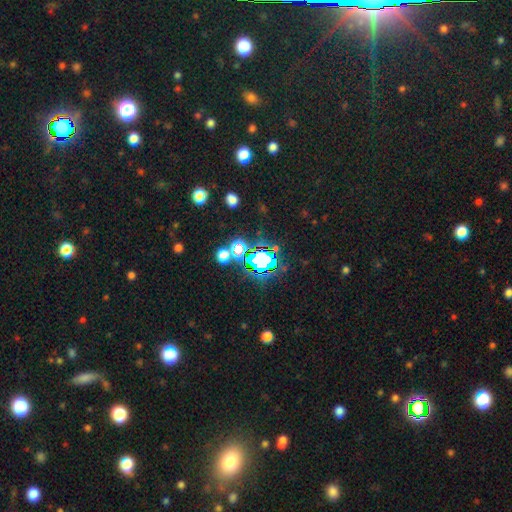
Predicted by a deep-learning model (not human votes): Overall: star or artifact (67%).